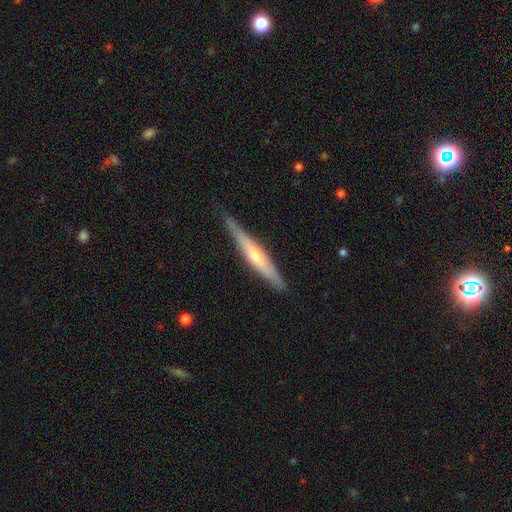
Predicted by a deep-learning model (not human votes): The model was most divided on "smooth or featured": featured or disk: 59%, smooth: 36%, star or artifact: 6%. More confident: edge-on disk — yes (94%); merging — none (82%); edge-on bulge — rounded (67%).